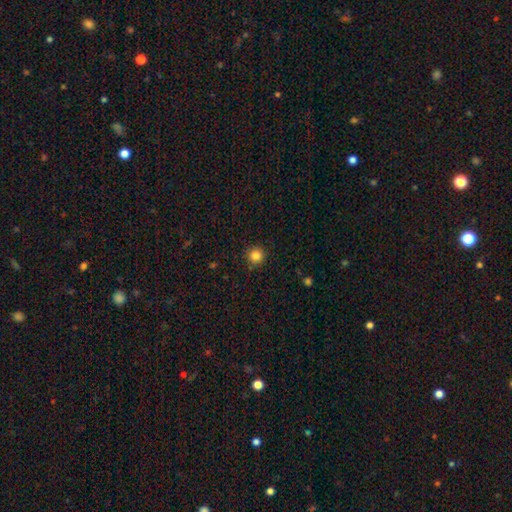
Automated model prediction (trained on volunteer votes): Overall: smooth (84%). How rounded: round (95%). Merging: none (90%).